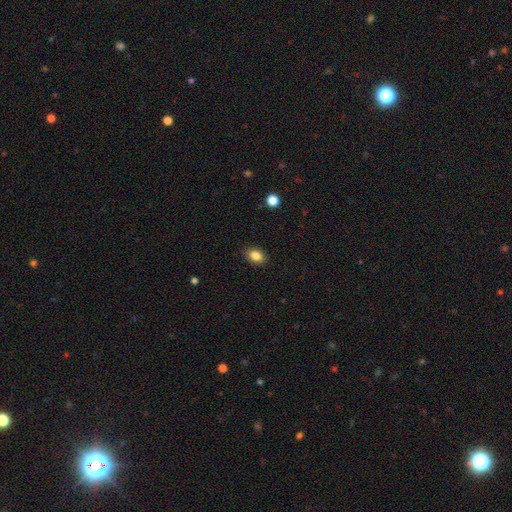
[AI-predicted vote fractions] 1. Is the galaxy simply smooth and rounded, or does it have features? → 85% smooth, 9% star or artifact, 5% featured or disk.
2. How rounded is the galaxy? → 77% in between, 22% round, 1% cigar-shaped.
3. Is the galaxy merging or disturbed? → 88% none, 9% minor disturbance, 2% major disturbance, 1% merger.